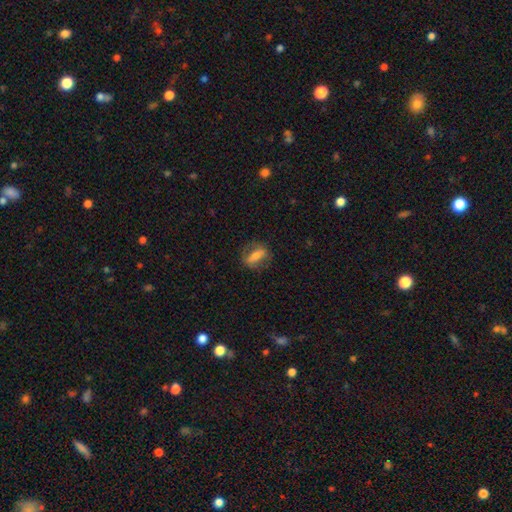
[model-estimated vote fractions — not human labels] Overall: smooth (52%; featured or disk 39%). How rounded: in between (63%). Merging: none (76%).